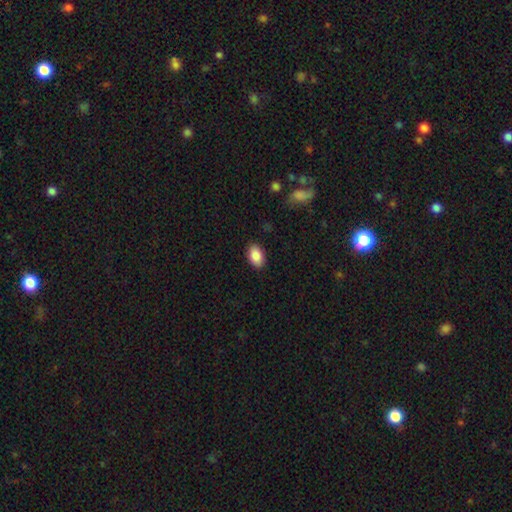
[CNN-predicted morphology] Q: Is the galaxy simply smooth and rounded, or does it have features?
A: smooth — 87%.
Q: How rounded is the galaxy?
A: in between — 90%.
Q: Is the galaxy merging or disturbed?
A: none — 88%.